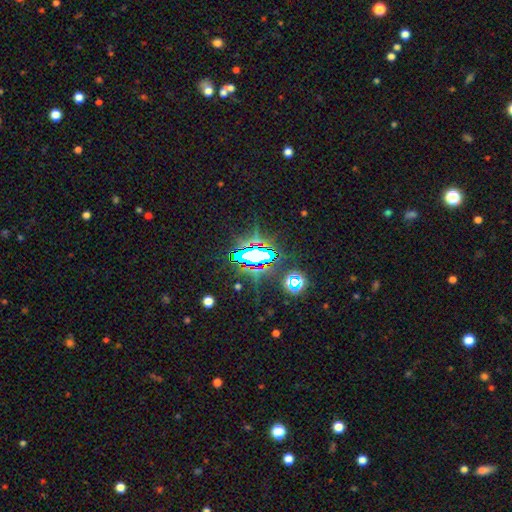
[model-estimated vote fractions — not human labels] Smooth or featured?
  - star or artifact: 73% *
  - smooth: 14%
  - featured or disk: 13%